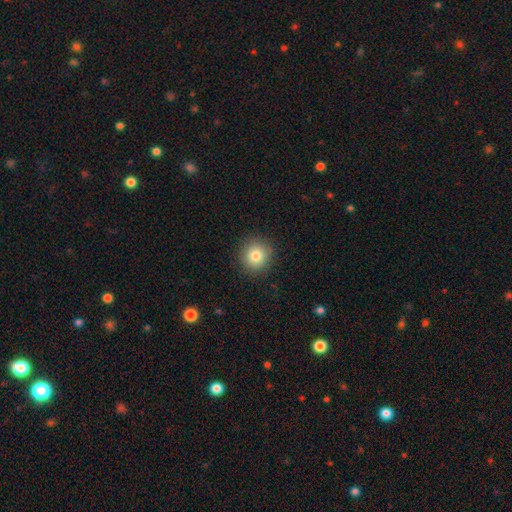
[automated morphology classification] Smooth or featured? Predicted: smooth (p=0.81). How rounded? Predicted: round (p=0.91). Merging? Predicted: none (p=0.89).